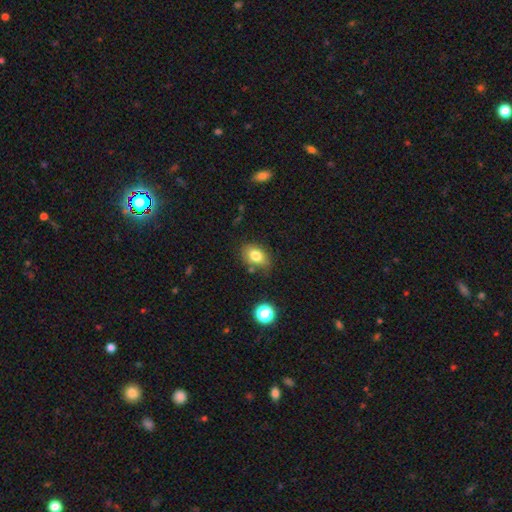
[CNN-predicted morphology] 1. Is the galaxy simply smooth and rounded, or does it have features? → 80% smooth, 10% featured or disk, 10% star or artifact.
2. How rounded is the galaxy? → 79% in between, 19% round, 1% cigar-shaped.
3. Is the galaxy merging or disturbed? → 71% none, 20% minor disturbance, 5% merger, 5% major disturbance.